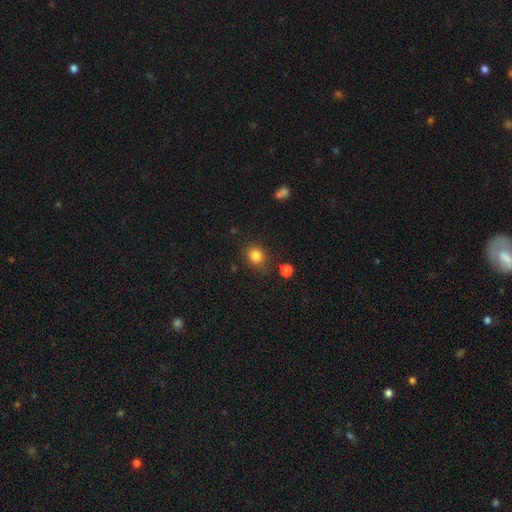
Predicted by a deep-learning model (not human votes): The model was most divided on "how rounded": round: 71%, in between: 28%, cigar-shaped: 1%. More confident: smooth or featured — smooth (83%); merging — none (79%).